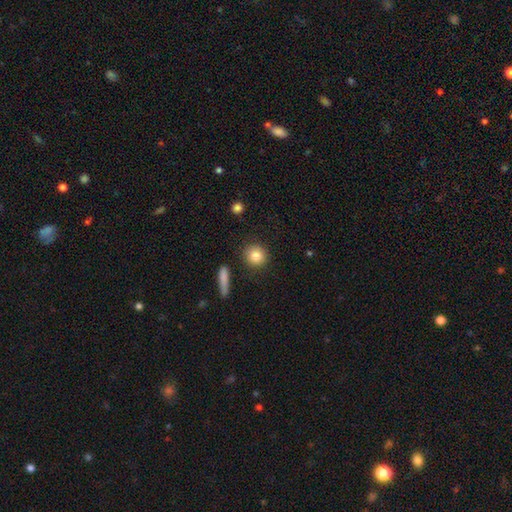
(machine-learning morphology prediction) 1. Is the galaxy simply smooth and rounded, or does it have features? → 85% smooth, 8% star or artifact, 7% featured or disk.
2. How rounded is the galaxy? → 89% round, 9% in between, 2% cigar-shaped.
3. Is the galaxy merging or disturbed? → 88% none, 7% minor disturbance, 3% merger, 2% major disturbance.